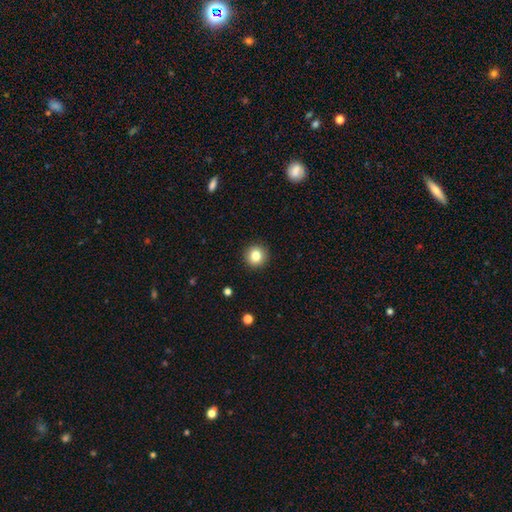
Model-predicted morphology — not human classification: Q: Smooth or featured?
A: smooth (82%); runner-up: star or artifact (10%)
Q: How rounded?
A: round (94%); runner-up: in between (5%)
Q: Merging?
A: none (93%); runner-up: minor disturbance (5%)